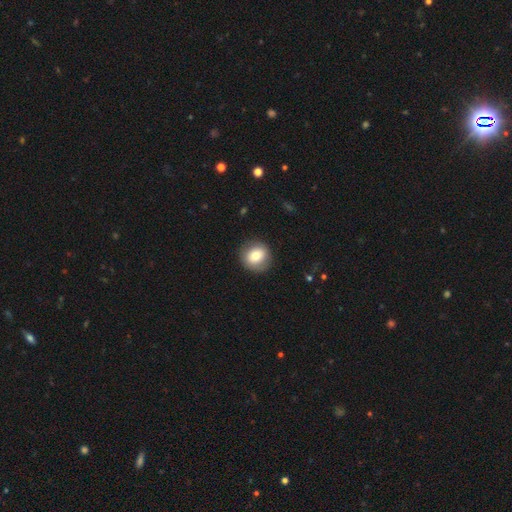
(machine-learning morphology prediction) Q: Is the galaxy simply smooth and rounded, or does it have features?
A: smooth — 77%.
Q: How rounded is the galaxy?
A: round — 86%.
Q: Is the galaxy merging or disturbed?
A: none — 86%.